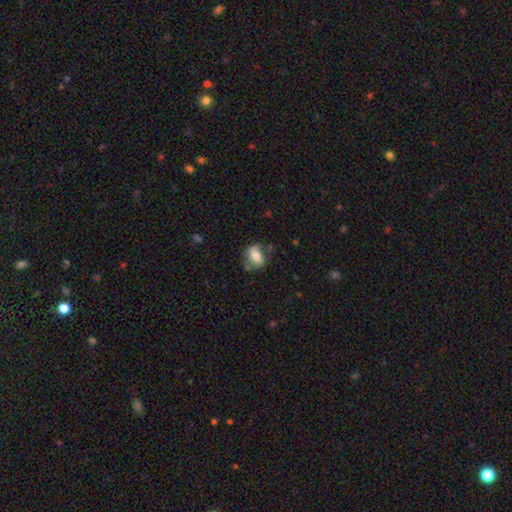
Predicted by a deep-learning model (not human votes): A smooth galaxy with no disk features (57%) that is in between round and cigar-shaped (66%). Merging: none (62%).